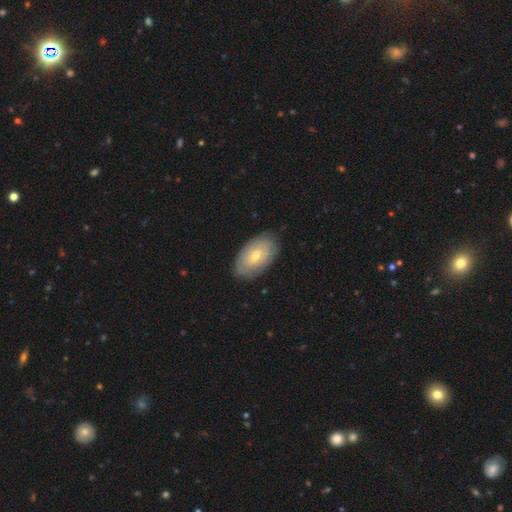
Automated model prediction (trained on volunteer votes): A smooth galaxy with no disk features (51%) that is in between round and cigar-shaped (93%).

Vote fractions:
- Smooth or featured? smooth: 51% / featured or disk: 43% / star or artifact: 7%
- How rounded? in between: 93% / round: 6% / cigar-shaped: 2%
- Merging? none: 83% / minor disturbance: 13% / major disturbance: 3% / merger: 1%